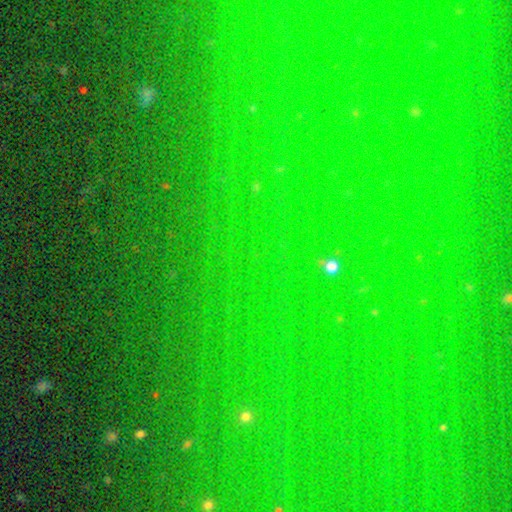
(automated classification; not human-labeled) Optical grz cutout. It shows a star or artifact, not a galaxy (82%).